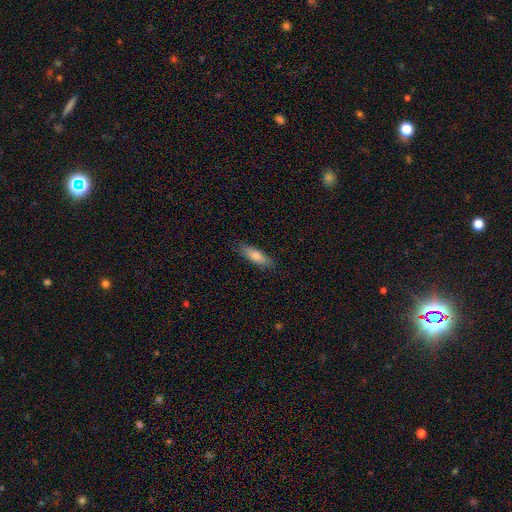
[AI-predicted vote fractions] smooth_or_featured: smooth (p=0.75) [alt: featured or disk p=0.18]
how_rounded: cigar-shaped (p=0.57) [alt: in between p=0.41]
merging: none (p=0.86) [alt: minor disturbance p=0.11]